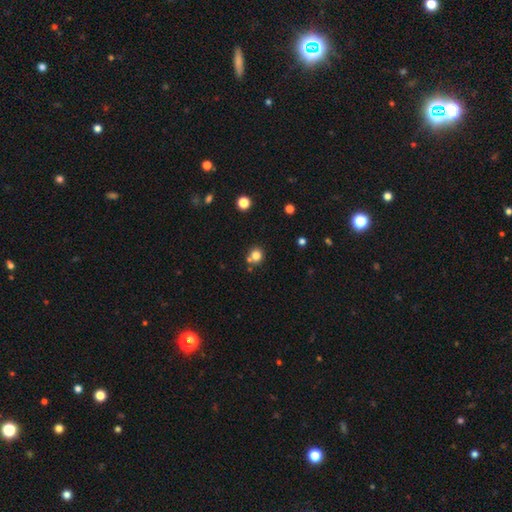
Smooth or featured: smooth — 82% (star or artifact — 10%)
How rounded: round — 97% (in between — 3%)
Merging: none — 74% (minor disturbance — 14%)